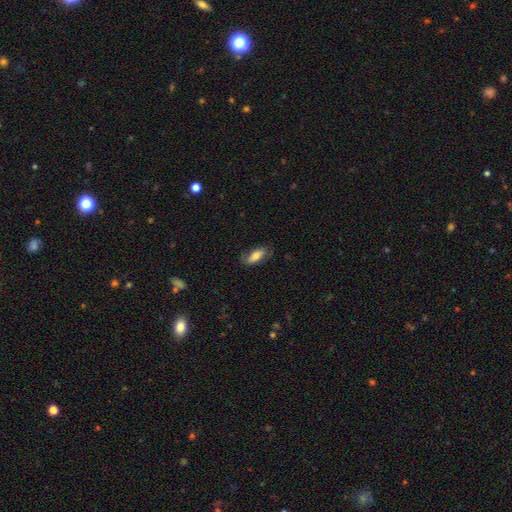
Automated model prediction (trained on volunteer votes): Smooth or featured? smooth (73%)
How rounded? in between (78%)
Merging? none (70%)